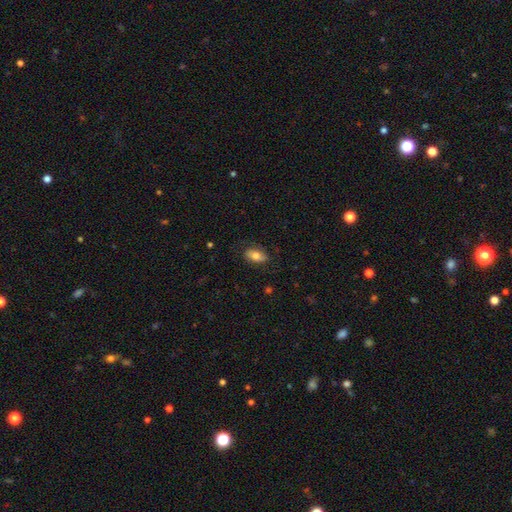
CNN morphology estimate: smooth 74%, featured or disk 19%, star or artifact 7%. Down the decision tree: how rounded — in between (90%); merging — none (77%).